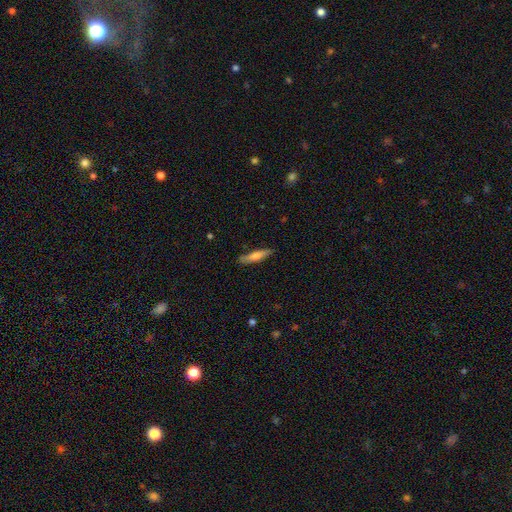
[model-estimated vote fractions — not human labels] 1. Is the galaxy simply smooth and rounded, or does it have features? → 64% smooth, 30% featured or disk, 6% star or artifact.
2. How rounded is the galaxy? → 83% cigar-shaped, 15% in between, 2% round.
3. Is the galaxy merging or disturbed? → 84% none, 12% minor disturbance, 2% major disturbance, 1% merger.